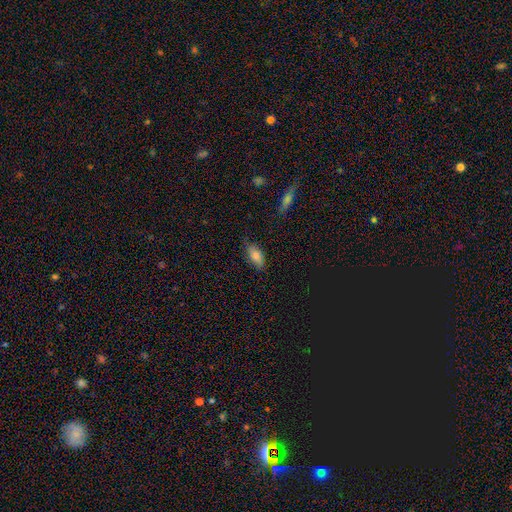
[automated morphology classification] Smooth or featured: smooth — 78% (featured or disk — 13%)
How rounded: in between — 86% (cigar-shaped — 10%)
Merging: none — 76% (minor disturbance — 19%)